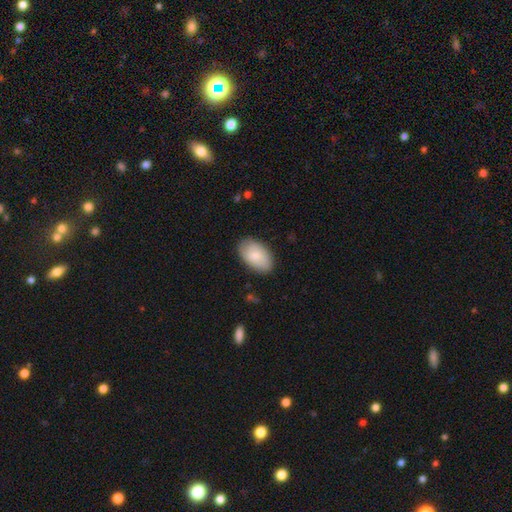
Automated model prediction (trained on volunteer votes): Smooth or featured: smooth — 76% (featured or disk — 18%)
How rounded: in between — 93% (round — 6%)
Merging: none — 84% (minor disturbance — 13%)